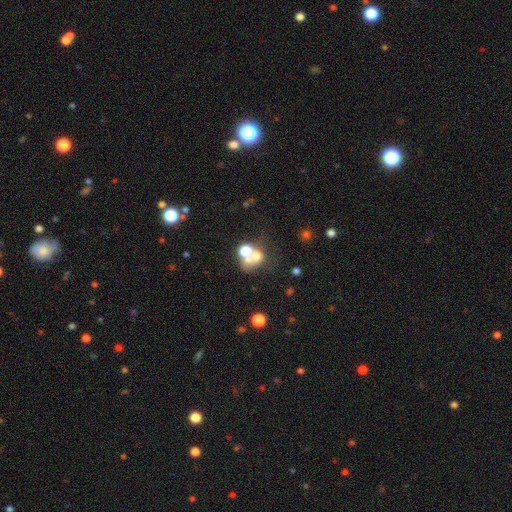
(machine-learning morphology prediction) Q: Smooth or featured?
A: smooth (54%); runner-up: featured or disk (25%)
Q: How rounded?
A: round (67%); runner-up: in between (32%)
Q: Merging?
A: merger (51%); runner-up: none (30%)